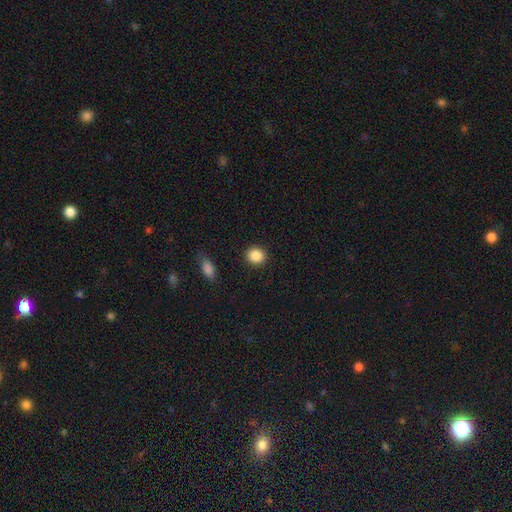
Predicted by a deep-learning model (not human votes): This is clearly a smooth galaxy (88%). How rounded: clearly round (85%). Merging: clearly none (90%).